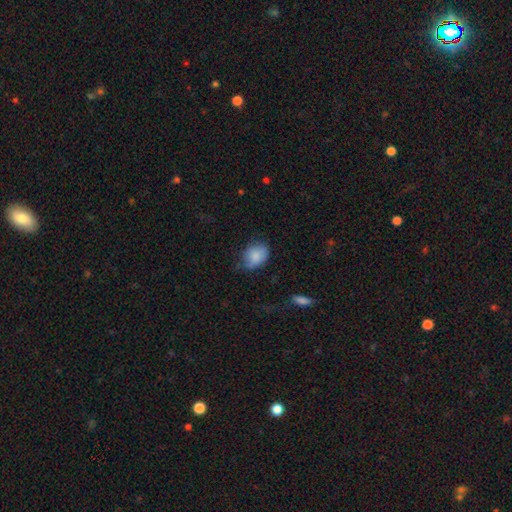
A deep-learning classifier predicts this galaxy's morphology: Q: Smooth or featured?
A: smooth (83%); runner-up: featured or disk (9%)
Q: How rounded?
A: in between (66%); runner-up: round (33%)
Q: Merging?
A: none (52%); runner-up: minor disturbance (35%)